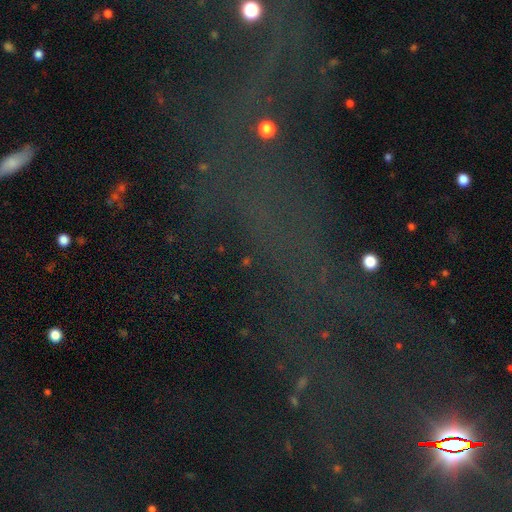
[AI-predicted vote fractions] Morphology: type=star or artifact (67%).